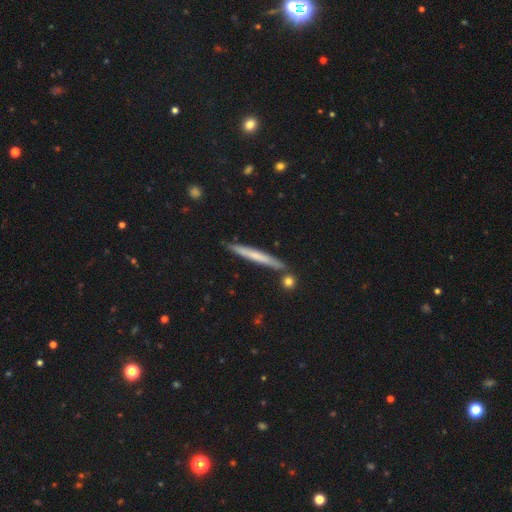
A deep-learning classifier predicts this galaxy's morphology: type=smooth (56%); roundness=cigar-shaped (96%); merging=none (86%).